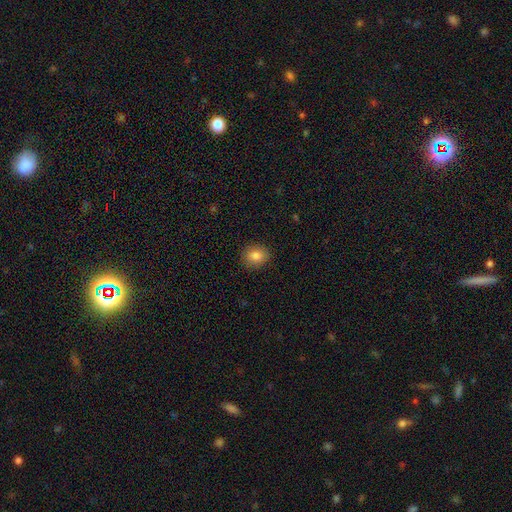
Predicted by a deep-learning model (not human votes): A smooth galaxy with no disk features (84%) that is round (68%). Merging: none (89%).